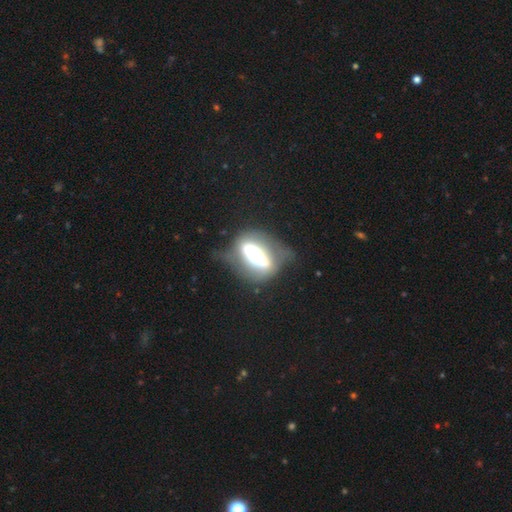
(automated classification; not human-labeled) Smooth or featured?
  - featured or disk: 69% *
  - smooth: 23%
  - star or artifact: 8%
Edge-on disk?
  - no: 61% *
  - yes: 39%
Merging?
  - none: 43% *
  - major disturbance: 28%
  - minor disturbance: 23%
  - merger: 6%